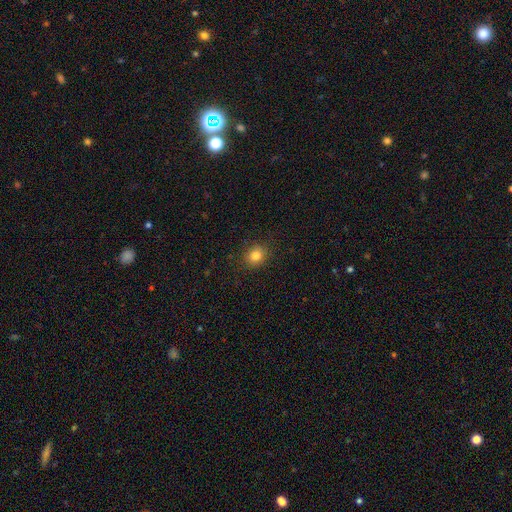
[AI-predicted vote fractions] This is clearly a smooth galaxy (82%). How rounded: likely round (69%). Merging: clearly none (88%).